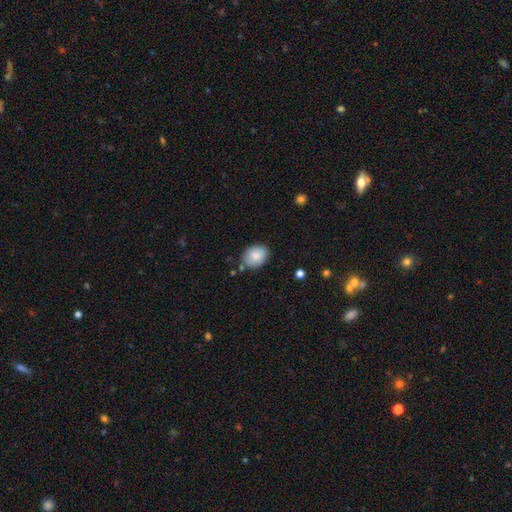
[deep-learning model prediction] This is clearly a smooth galaxy (84%). How rounded: possibly in between (58%). Merging: likely none (75%).